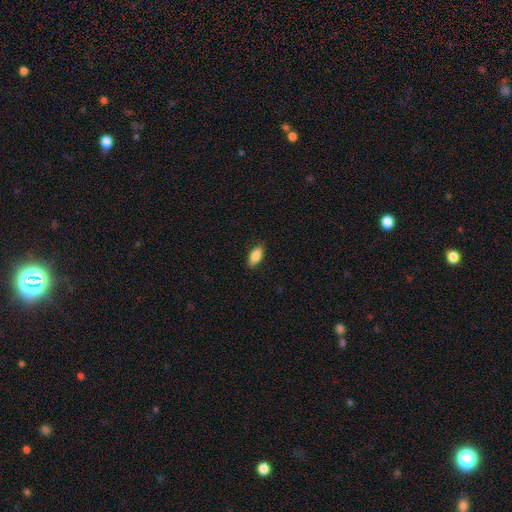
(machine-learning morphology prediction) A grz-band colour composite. It shows a smooth galaxy with no disk features (85%) that is in between round and cigar-shaped (85%). Merging: none (87%).